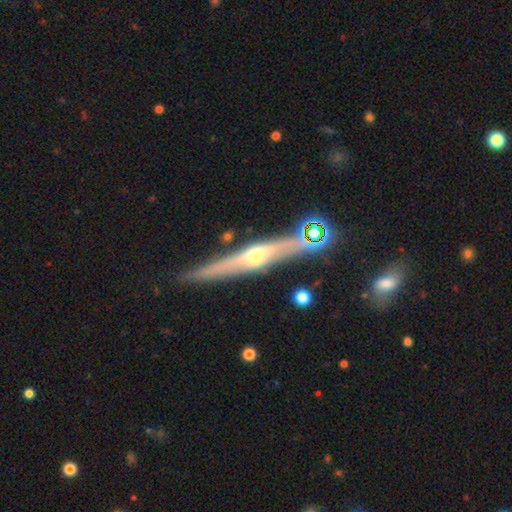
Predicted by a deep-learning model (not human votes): Q: Smooth or featured?
A: featured or disk (72%); runner-up: smooth (19%)
Q: Edge-on disk?
A: yes (95%); runner-up: no (5%)
Q: Edge-on bulge?
A: rounded (87%); runner-up: none (7%)
Q: Merging?
A: none (84%); runner-up: minor disturbance (10%)